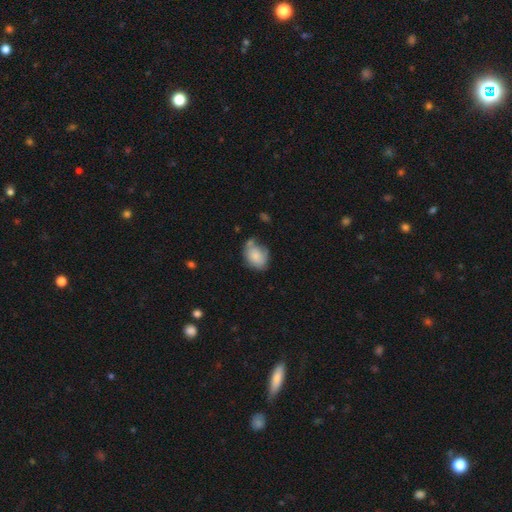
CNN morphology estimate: smooth_or_featured: smooth (p=0.78) [alt: featured or disk p=0.14]
how_rounded: in between (p=0.73) [alt: round p=0.26]
merging: none (p=0.44) [alt: minor disturbance p=0.33]